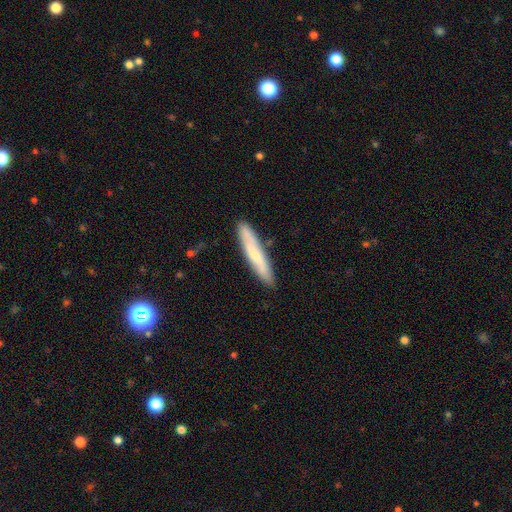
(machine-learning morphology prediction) smooth 62%, featured or disk 33%, star or artifact 5%. Down the decision tree: how rounded — cigar-shaped (87%); merging — none (83%).